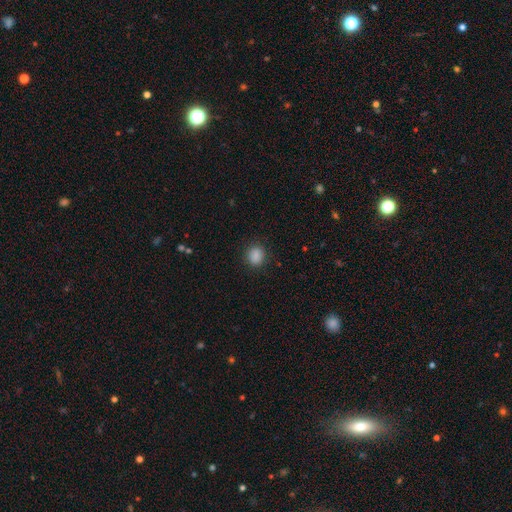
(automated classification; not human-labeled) Overall: smooth (87%). How rounded: round (70%). Merging: none (87%).